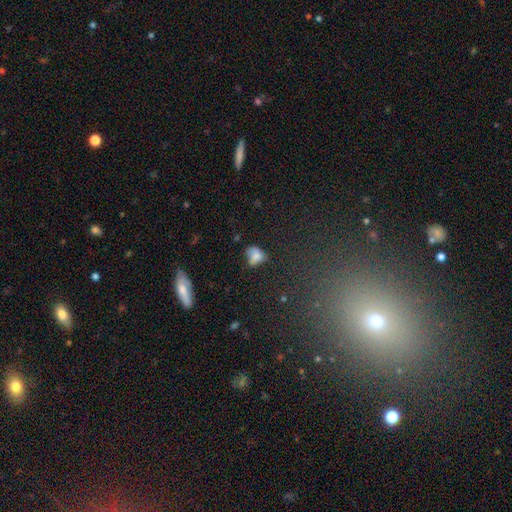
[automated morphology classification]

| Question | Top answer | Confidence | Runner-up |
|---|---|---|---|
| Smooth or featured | smooth | 70% | featured or disk (18%) |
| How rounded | in between | 69% | round (29%) |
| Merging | none | 34% | minor disturbance (32%) |